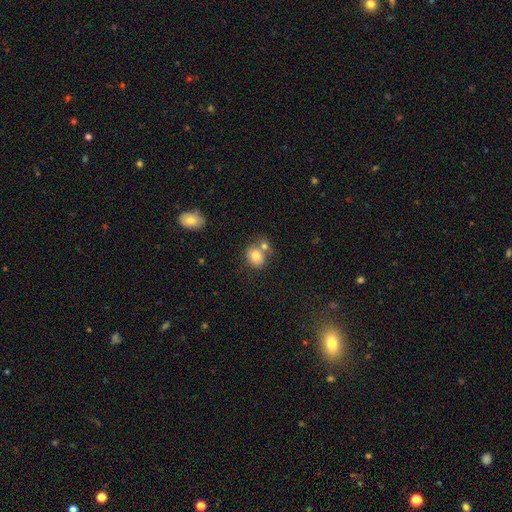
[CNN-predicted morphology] Smooth or featured? Predicted: smooth (p=0.77). How rounded? Predicted: round (p=0.57). Merging? Predicted: none (p=0.43).